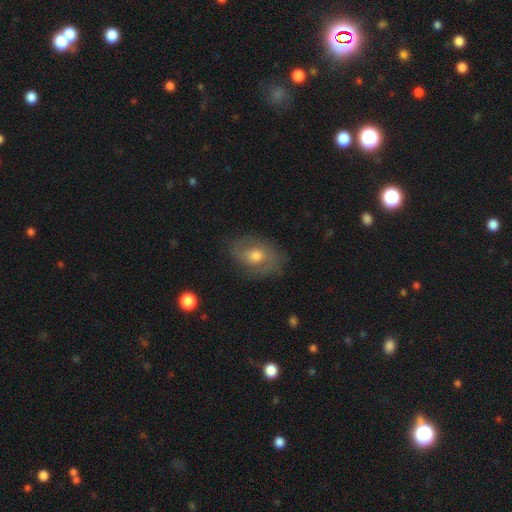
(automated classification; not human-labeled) Morphology: type=featured or disk (58%); edge-on=no (95%); bar=no (63%); spiral arms=yes (77%); bulge=moderate (70%); merging=none (75%).